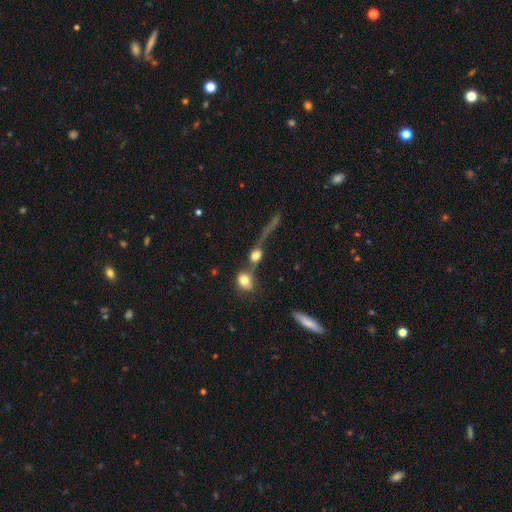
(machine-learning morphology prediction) A smooth galaxy with no disk features (64%) that is round (58%). Merging: merger (53%).